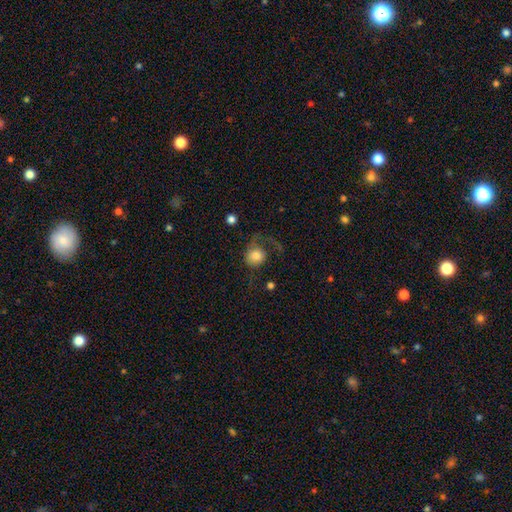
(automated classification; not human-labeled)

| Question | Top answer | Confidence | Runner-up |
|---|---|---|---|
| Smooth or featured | smooth | 65% | featured or disk (27%) |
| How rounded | round | 79% | in between (20%) |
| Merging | major disturbance | 44% | none (34%) |